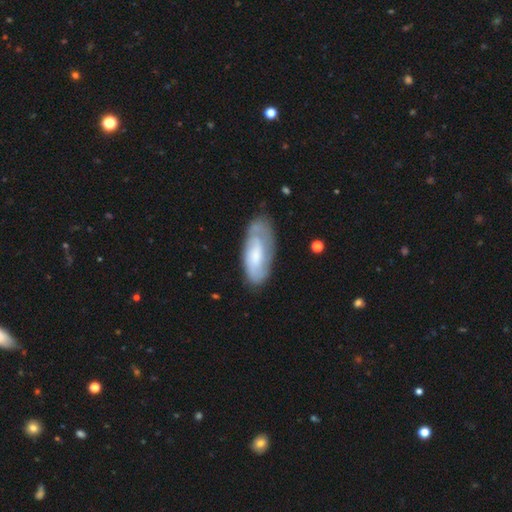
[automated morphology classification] Overall: featured or disk (51%; smooth 43%). Edge-on disk: no (89%). Merging: none (63%; minor disturbance 24%).